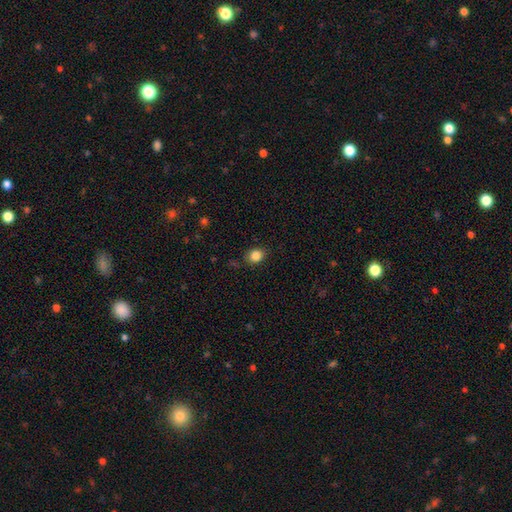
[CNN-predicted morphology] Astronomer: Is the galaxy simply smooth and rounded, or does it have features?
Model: smooth — 85%.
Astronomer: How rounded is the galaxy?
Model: round — 60% (runner-up: in between, 39%).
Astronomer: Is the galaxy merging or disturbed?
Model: none — 83%.